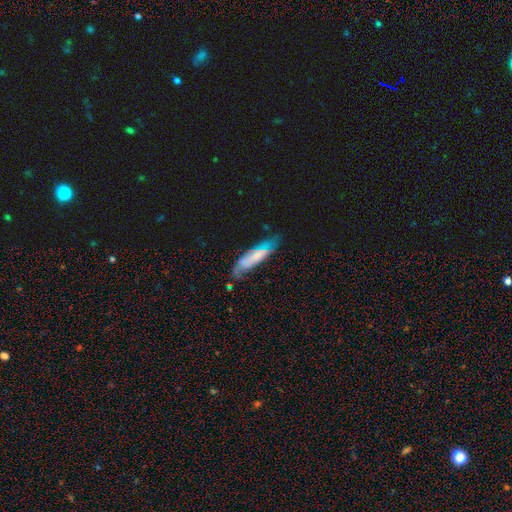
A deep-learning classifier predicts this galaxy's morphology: Q: Smooth or featured?
A: featured or disk (49%); runner-up: smooth (43%)
Q: Merging?
A: none (50%); runner-up: minor disturbance (30%)